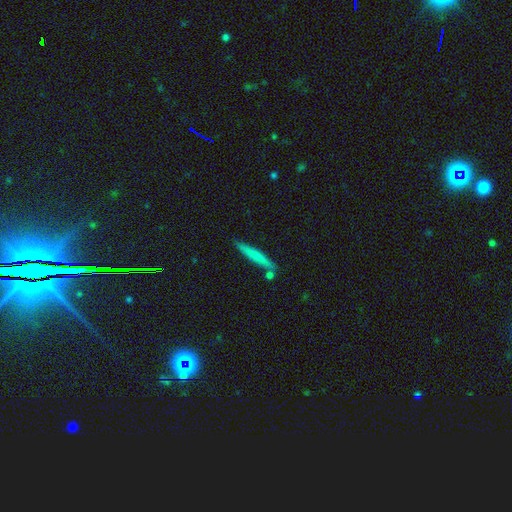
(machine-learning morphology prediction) Smooth or featured?
  - smooth: 65% *
  - featured or disk: 29%
  - star or artifact: 6%
How rounded?
  - cigar-shaped: 95% *
  - in between: 4%
  - round: 1%
Merging?
  - none: 81% *
  - minor disturbance: 10%
  - merger: 6%
  - major disturbance: 2%